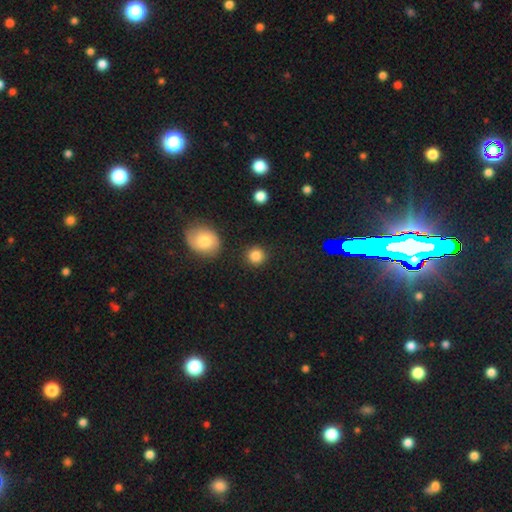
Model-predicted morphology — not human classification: Smooth or featured? Predicted: smooth (p=0.84). How rounded? Predicted: round (p=0.92). Merging? Predicted: none (p=0.89).